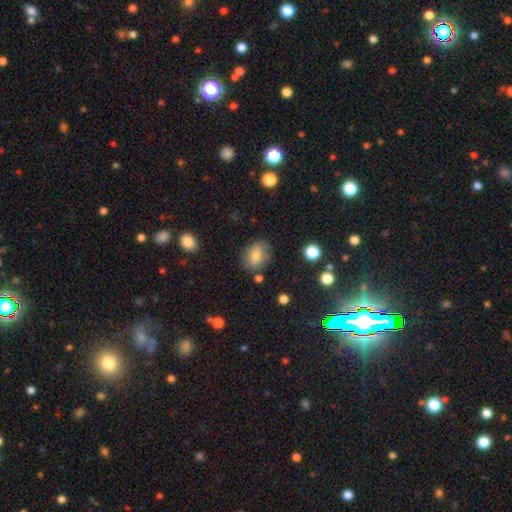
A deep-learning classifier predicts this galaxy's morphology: This appears to be a smooth galaxy with no disk features (79%) that is in between round and cigar-shaped (66%). Merging: none (76%).